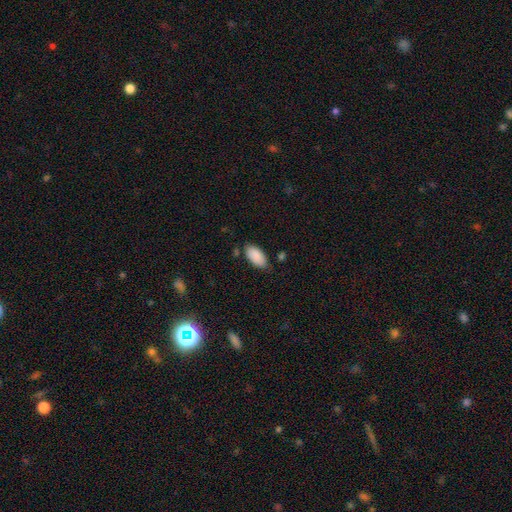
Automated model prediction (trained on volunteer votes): A smooth galaxy with no disk features (90%) that is in between round and cigar-shaped (95%). Merging: none (78%).